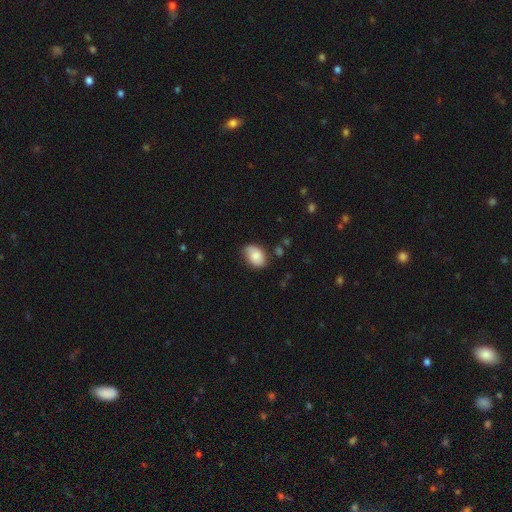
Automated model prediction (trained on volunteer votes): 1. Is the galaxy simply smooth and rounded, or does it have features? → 81% smooth, 12% featured or disk, 7% star or artifact.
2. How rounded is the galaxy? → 84% in between, 15% round, 1% cigar-shaped.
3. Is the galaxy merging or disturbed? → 71% none, 23% minor disturbance, 5% major disturbance, 2% merger.